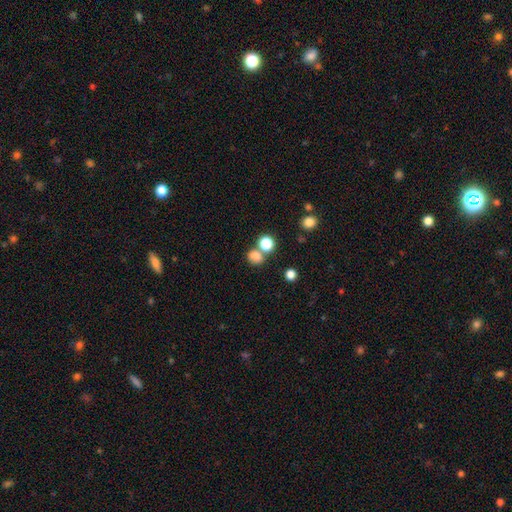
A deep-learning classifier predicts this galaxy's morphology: smooth-or-featured: smooth: 78% | star or artifact: 16% | featured or disk: 7%
  how-rounded: round: 63% | in between: 36% | cigar-shaped: 1%
  merging: none: 52% | merger: 32% | minor disturbance: 11% | major disturbance: 5%